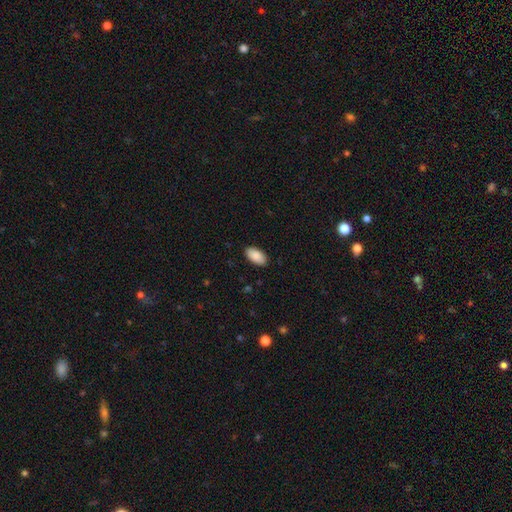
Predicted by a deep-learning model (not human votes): Smooth or featured?
  - smooth: 89% *
  - star or artifact: 6%
  - featured or disk: 5%
How rounded?
  - in between: 95% *
  - round: 2%
  - cigar-shaped: 2%
Merging?
  - none: 88% *
  - minor disturbance: 9%
  - major disturbance: 2%
  - merger: 1%